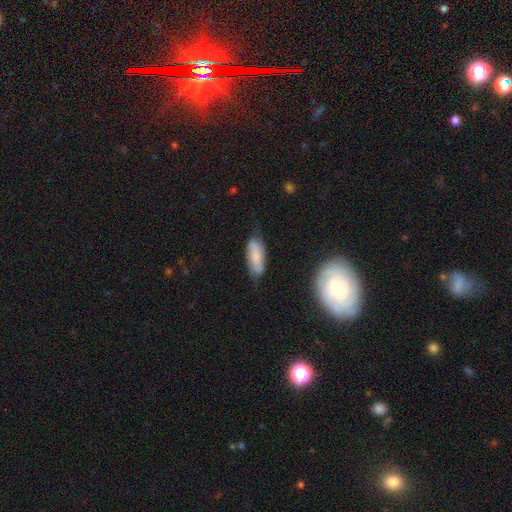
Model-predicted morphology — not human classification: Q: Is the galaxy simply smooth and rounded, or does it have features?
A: smooth — 67%.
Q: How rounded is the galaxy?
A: in between — 73%.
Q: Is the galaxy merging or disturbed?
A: none — 62%.